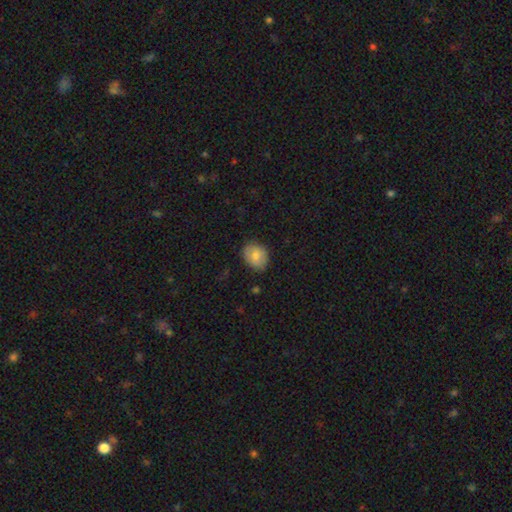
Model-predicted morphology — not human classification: A smooth galaxy with no disk features (78%) that is in between round and cigar-shaped (52%).

Vote fractions:
- Smooth or featured? smooth: 78% / featured or disk: 14% / star or artifact: 8%
- How rounded? in between: 52% / round: 47% / cigar-shaped: 1%
- Merging? none: 82% / minor disturbance: 15% / major disturbance: 3% / merger: 1%